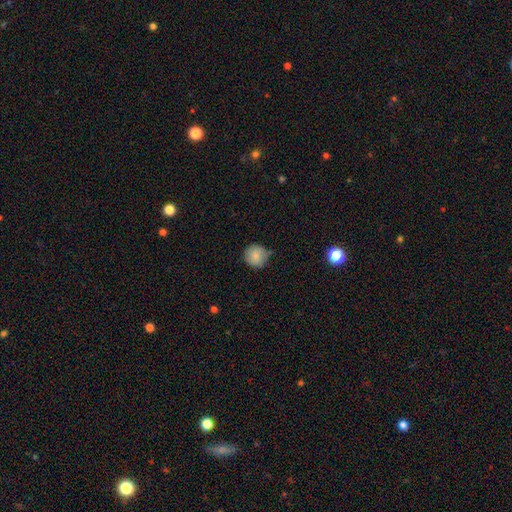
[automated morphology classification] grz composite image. It shows a smooth galaxy with no disk features (84%) that is round (93%). Merging: none (67%).